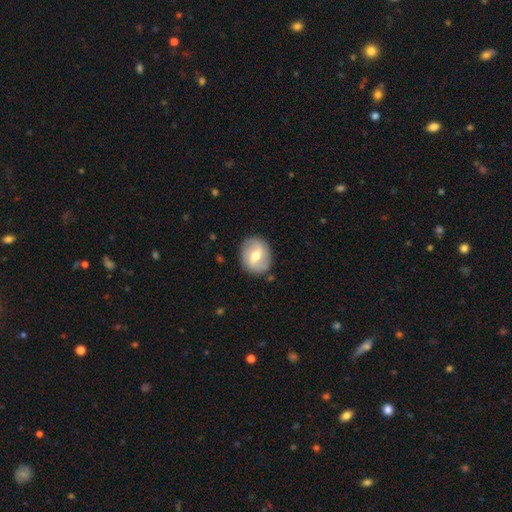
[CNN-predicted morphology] Smooth or featured? Predicted: featured or disk (p=0.49). Merging? Predicted: none (p=0.86).